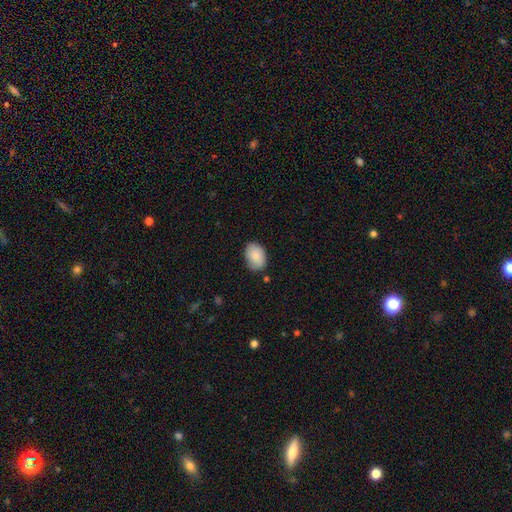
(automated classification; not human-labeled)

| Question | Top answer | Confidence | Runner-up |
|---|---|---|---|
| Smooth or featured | smooth | 85% | featured or disk (8%) |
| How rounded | in between | 83% | round (16%) |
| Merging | none | 78% | minor disturbance (17%) |